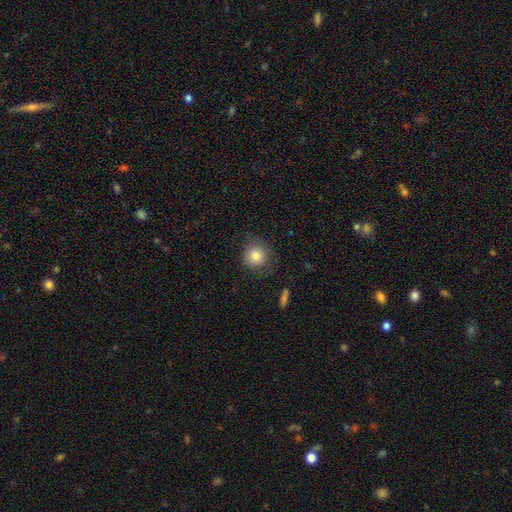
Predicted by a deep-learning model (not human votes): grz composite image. It shows a smooth galaxy with no disk features (81%) that is round (89%). Merging: none (76%).